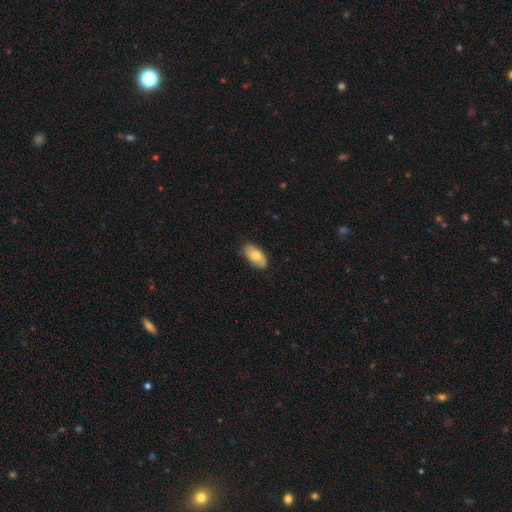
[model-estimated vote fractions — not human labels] smooth_or_featured: smooth (p=0.73) [alt: featured or disk p=0.21]
how_rounded: in between (p=0.94) [alt: round p=0.03]
merging: none (p=0.83) [alt: minor disturbance p=0.14]